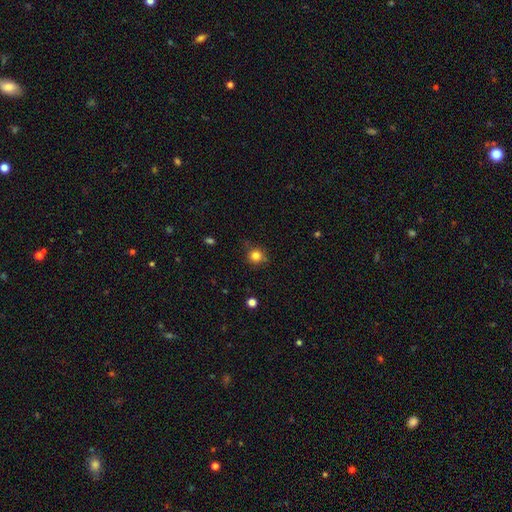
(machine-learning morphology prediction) This is clearly a smooth galaxy (82%). How rounded: clearly round (91%). Merging: likely none (77%).